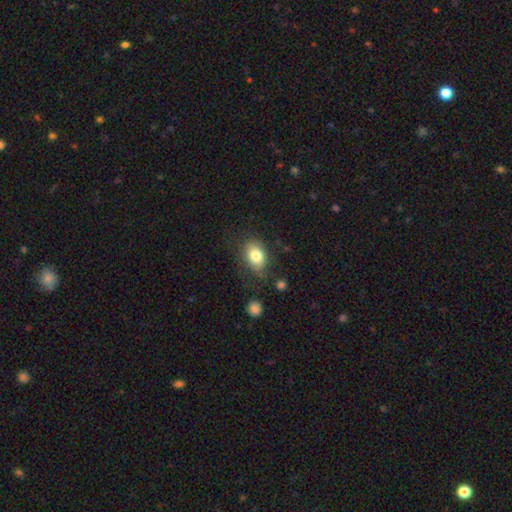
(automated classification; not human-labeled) This is clearly a smooth galaxy (80%). How rounded: likely in between (76%). Merging: likely none (71%).